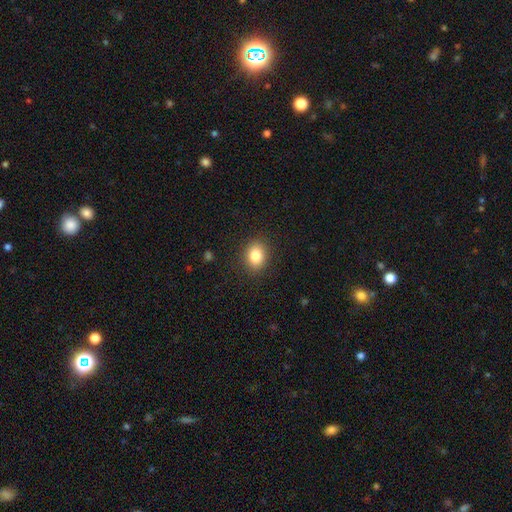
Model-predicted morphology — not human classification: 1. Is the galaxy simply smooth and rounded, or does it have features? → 84% smooth, 9% star or artifact, 7% featured or disk.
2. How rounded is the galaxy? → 53% in between, 46% round, 1% cigar-shaped.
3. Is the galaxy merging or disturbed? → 88% none, 8% minor disturbance, 3% major disturbance, 1% merger.